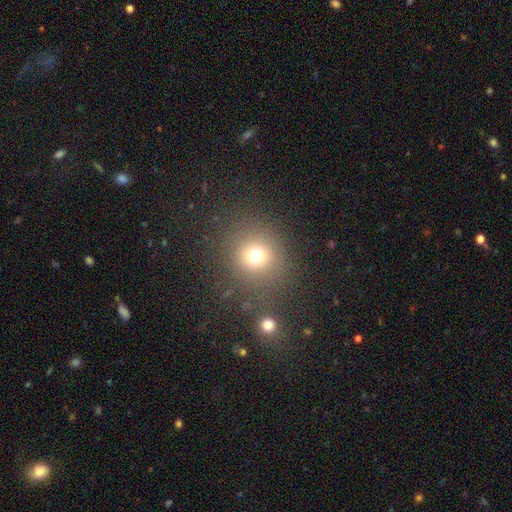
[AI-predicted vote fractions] Q: Smooth or featured?
A: smooth (72%); runner-up: star or artifact (19%)
Q: How rounded?
A: round (89%); runner-up: in between (10%)
Q: Merging?
A: none (80%); runner-up: minor disturbance (9%)